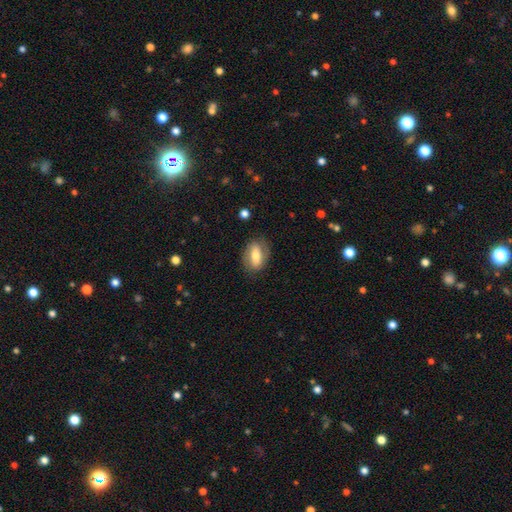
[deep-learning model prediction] Smooth or featured: smooth — 57% (featured or disk — 36%)
How rounded: in between — 85% (round — 11%)
Merging: none — 78% (minor disturbance — 15%)